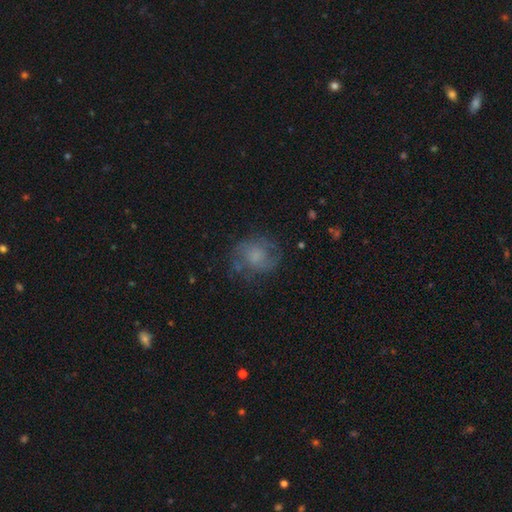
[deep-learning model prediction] This is possibly a smooth galaxy (45%). Merging: likely none (62%).